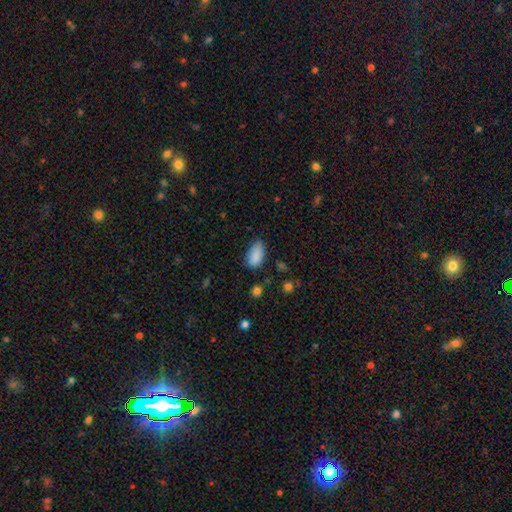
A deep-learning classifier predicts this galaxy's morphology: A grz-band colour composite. It shows a smooth galaxy with no disk features (86%) that is in between round and cigar-shaped (92%). Merging: none (65%).